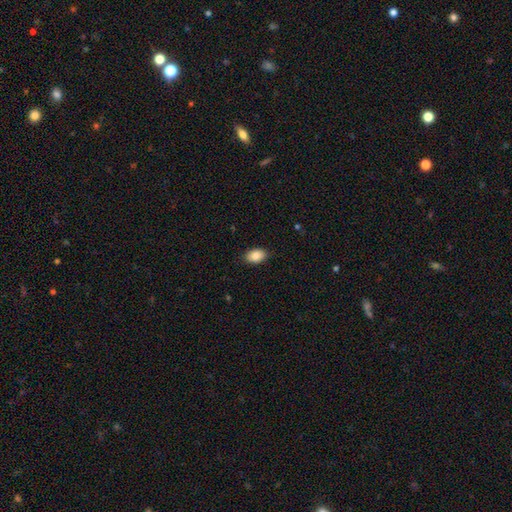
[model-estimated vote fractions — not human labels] A smooth galaxy with no disk features (88%) that is in between round and cigar-shaped (90%). Merging: none (87%).